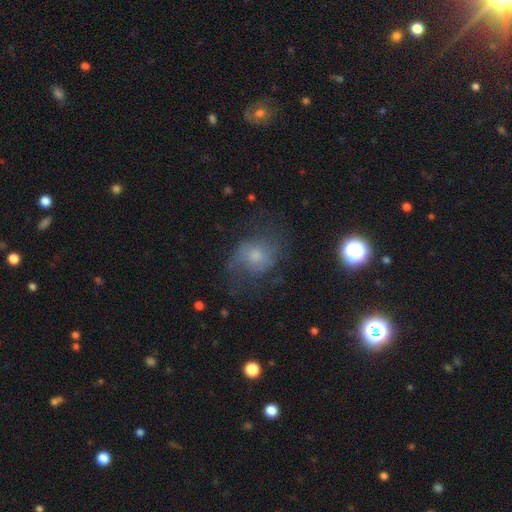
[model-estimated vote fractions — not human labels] A smooth galaxy with no disk features (44%).

Vote fractions:
- Smooth or featured? smooth: 44% / featured or disk: 40% / star or artifact: 16%
- Merging? none: 53% / major disturbance: 23% / minor disturbance: 23% / merger: 2%